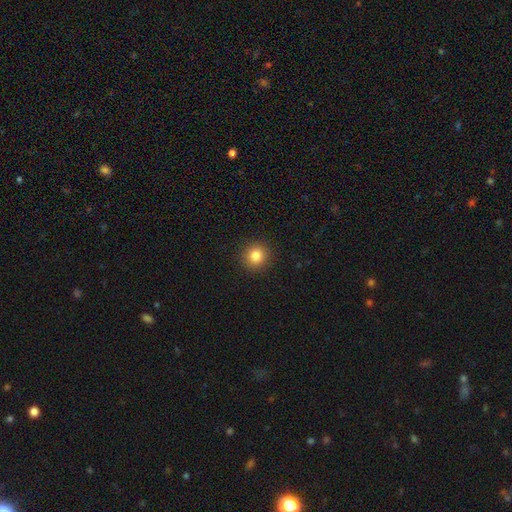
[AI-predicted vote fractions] Smooth or featured: smooth — 84% (star or artifact — 11%)
How rounded: round — 91% (in between — 8%)
Merging: none — 92% (minor disturbance — 5%)